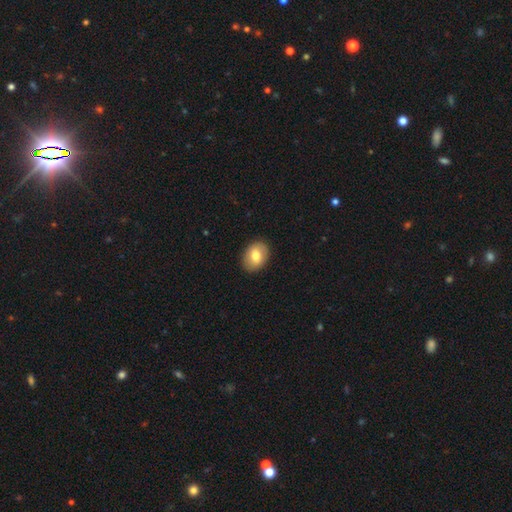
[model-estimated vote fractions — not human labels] smooth-or-featured: smooth: 75% | featured or disk: 18% | star or artifact: 7%
  how-rounded: in between: 69% | round: 30% | cigar-shaped: 1%
  merging: none: 90% | minor disturbance: 7% | major disturbance: 2% | merger: 1%